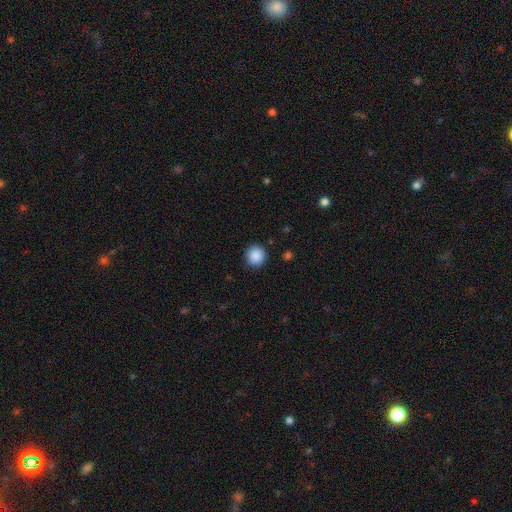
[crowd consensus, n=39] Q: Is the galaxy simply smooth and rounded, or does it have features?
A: smooth — 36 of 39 (92%).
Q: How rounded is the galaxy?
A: round — 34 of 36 (94%).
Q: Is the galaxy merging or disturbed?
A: none — 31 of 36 (86%).